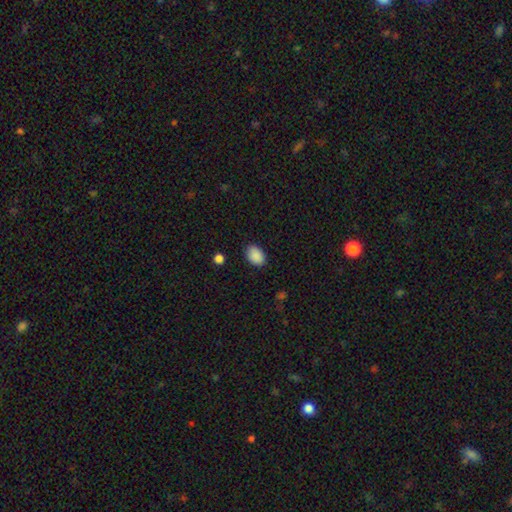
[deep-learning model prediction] Smooth or featured: smooth — 90% (star or artifact — 7%)
How rounded: in between — 81% (round — 18%)
Merging: none — 86% (minor disturbance — 10%)